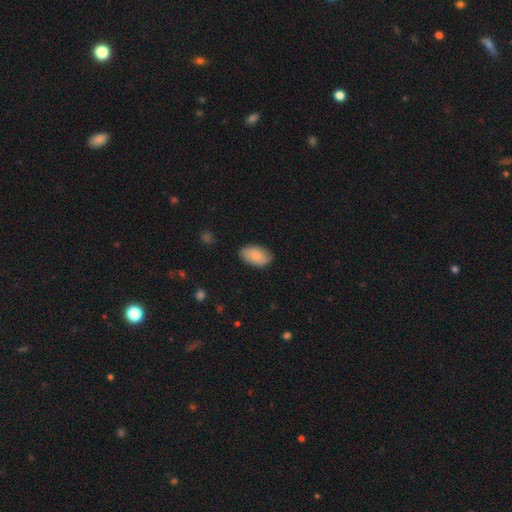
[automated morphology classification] smooth 81%, featured or disk 13%, star or artifact 6%. Down the decision tree: how rounded — in between (94%); merging — none (83%).